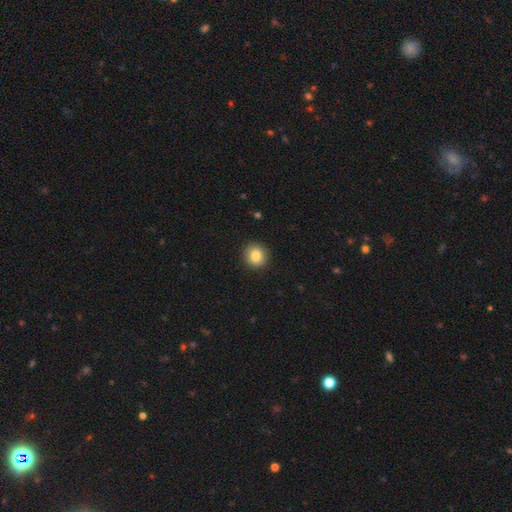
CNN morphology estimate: smooth-or-featured: smooth: 84% | star or artifact: 9% | featured or disk: 7%
  how-rounded: round: 89% | in between: 10% | cigar-shaped: 1%
  merging: none: 91% | minor disturbance: 6% | major disturbance: 2% | merger: 1%